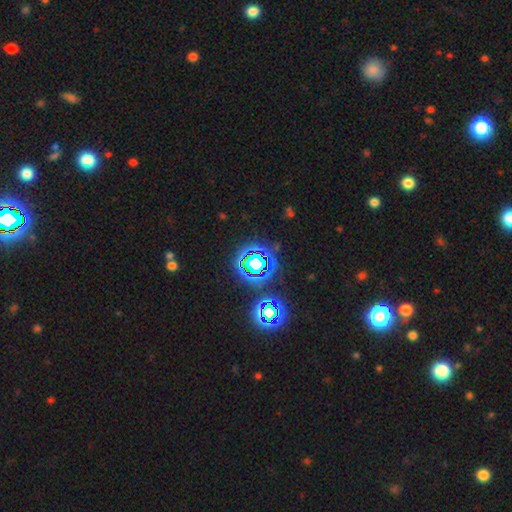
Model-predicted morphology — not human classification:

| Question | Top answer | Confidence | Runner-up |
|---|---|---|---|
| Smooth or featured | star or artifact | 77% | smooth (14%) |